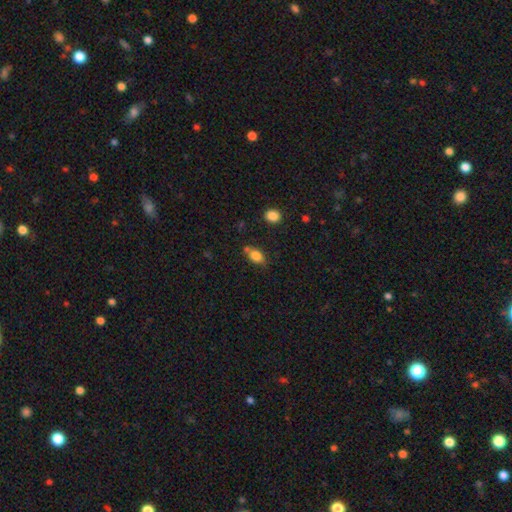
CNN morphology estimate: Smooth or featured? Predicted: smooth (p=0.81). How rounded? Predicted: in between (p=0.79). Merging? Predicted: none (p=0.60).